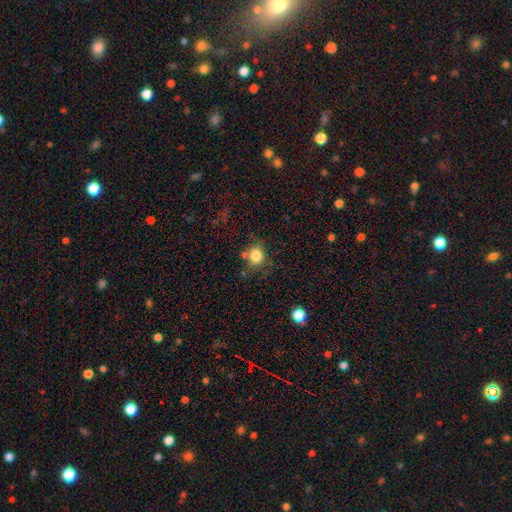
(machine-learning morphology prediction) Smooth or featured?
  - smooth: 82% *
  - star or artifact: 11%
  - featured or disk: 7%
How rounded?
  - round: 80% *
  - in between: 19%
  - cigar-shaped: 1%
Merging?
  - none: 68% *
  - minor disturbance: 15%
  - merger: 11%
  - major disturbance: 6%